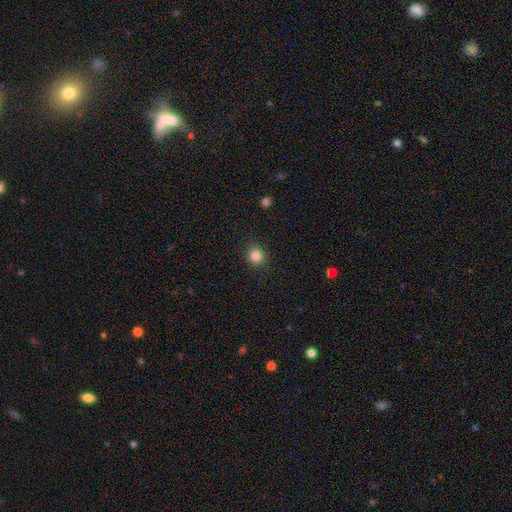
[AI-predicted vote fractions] smooth 85%, star or artifact 11%, featured or disk 4%. Down the decision tree: how rounded — round (88%); merging — none (90%).